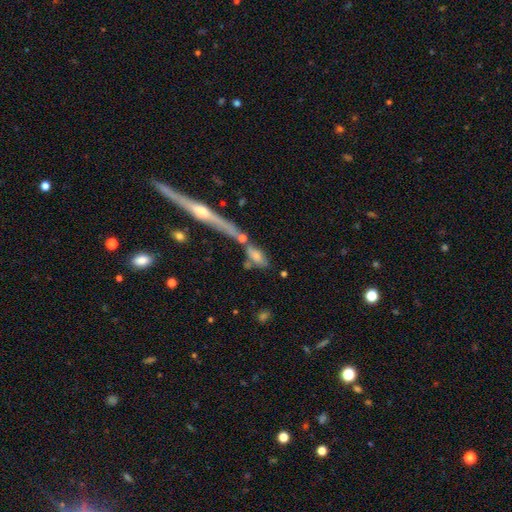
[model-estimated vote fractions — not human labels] This appears to be a smooth galaxy with no disk features (65%) that is in between round and cigar-shaped (61%). Merging: none (38%).